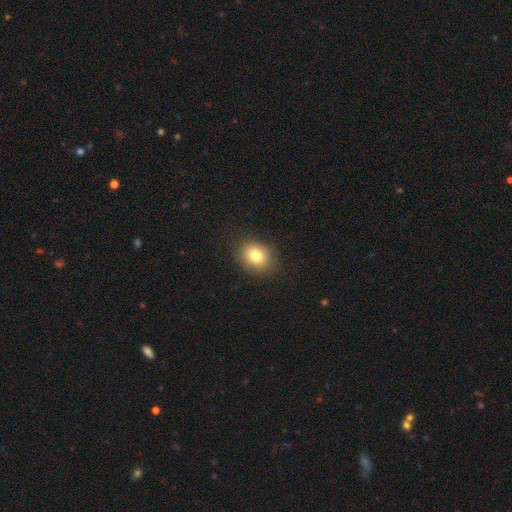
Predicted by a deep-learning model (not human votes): smooth-or-featured: smooth: 79% | star or artifact: 11% | featured or disk: 10%
  how-rounded: round: 54% | in between: 46% | cigar-shaped: 1%
  merging: none: 85% | minor disturbance: 10% | major disturbance: 3% | merger: 1%